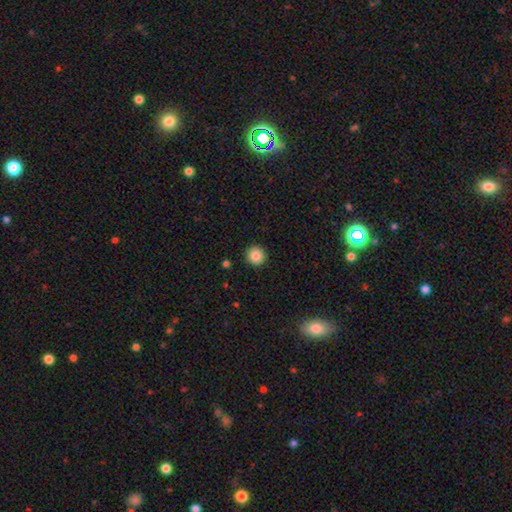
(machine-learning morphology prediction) This is clearly a smooth galaxy (85%). How rounded: clearly round (95%). Merging: clearly none (92%).